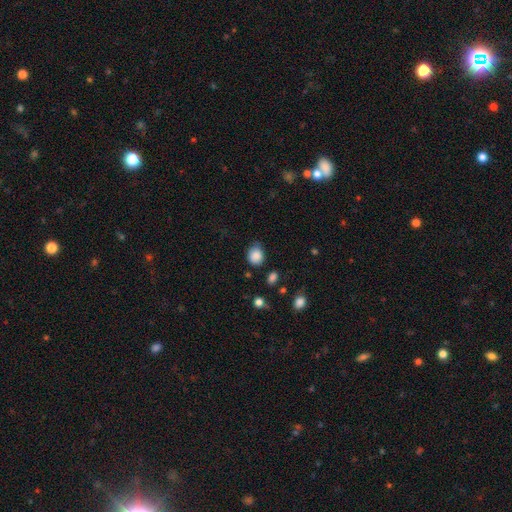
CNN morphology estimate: Overall: smooth (86%). How rounded: round (58%; in between 41%). Merging: none (62%; minor disturbance 29%).